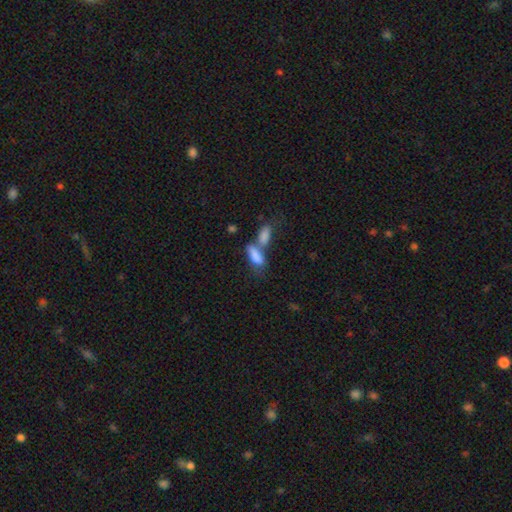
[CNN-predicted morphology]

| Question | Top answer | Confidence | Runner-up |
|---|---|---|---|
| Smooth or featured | smooth | 81% | featured or disk (11%) |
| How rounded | in between | 74% | cigar-shaped (23%) |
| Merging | merger | 58% | none (26%) |